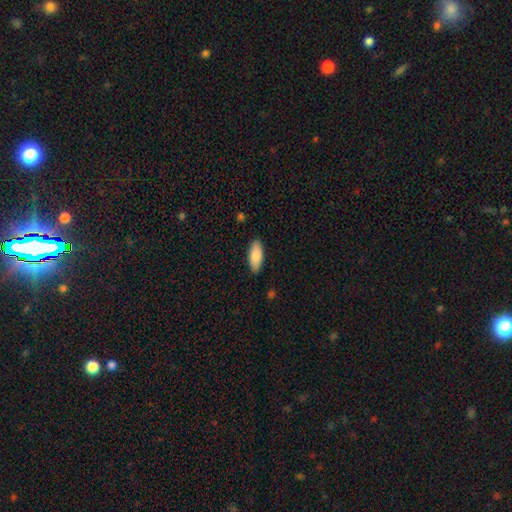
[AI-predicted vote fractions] Overall: smooth (86%). How rounded: in between (80%). Merging: none (88%).